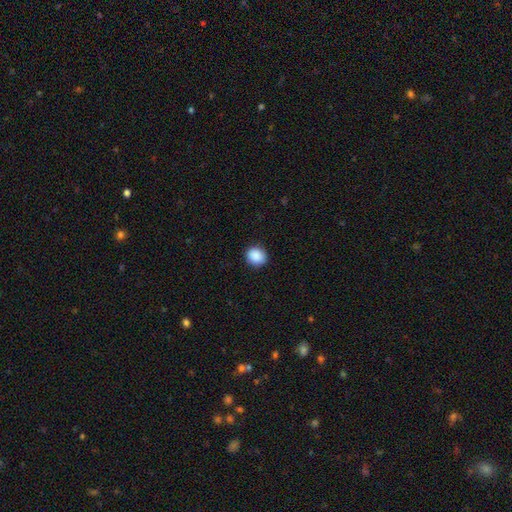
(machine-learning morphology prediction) Smooth or featured: smooth — 89% (star or artifact — 8%)
How rounded: round — 74% (in between — 25%)
Merging: none — 90% (minor disturbance — 7%)